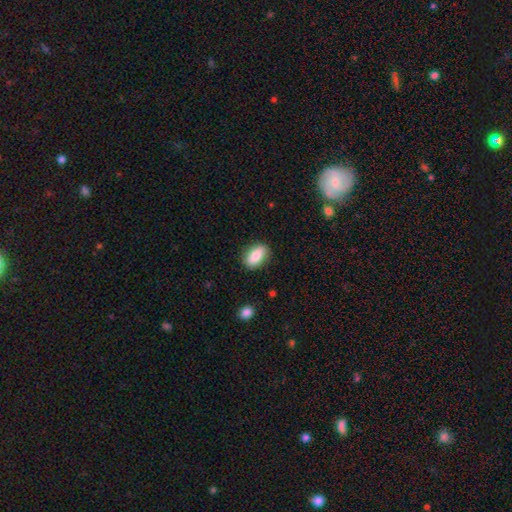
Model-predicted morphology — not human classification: type=smooth (79%); roundness=in between (86%); merging=none (84%).